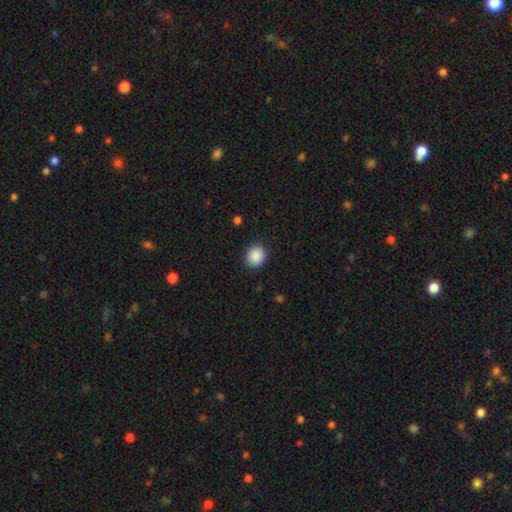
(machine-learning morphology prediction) Smooth or featured?
  - smooth: 89% *
  - star or artifact: 8%
  - featured or disk: 3%
How rounded?
  - round: 73% *
  - in between: 26%
  - cigar-shaped: 1%
Merging?
  - none: 89% *
  - minor disturbance: 7%
  - major disturbance: 2%
  - merger: 1%